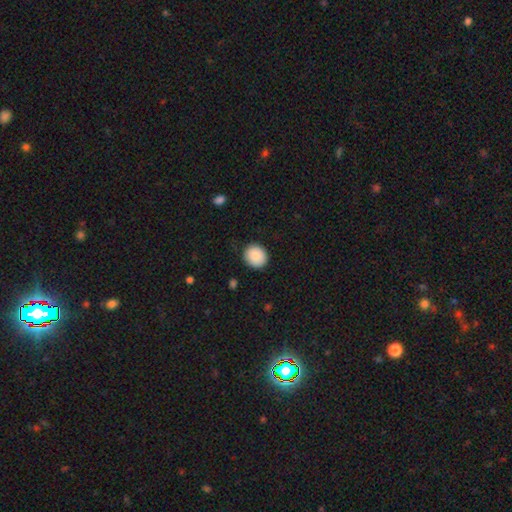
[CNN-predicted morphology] Overall: smooth (89%). How rounded: round (82%). Merging: none (89%).